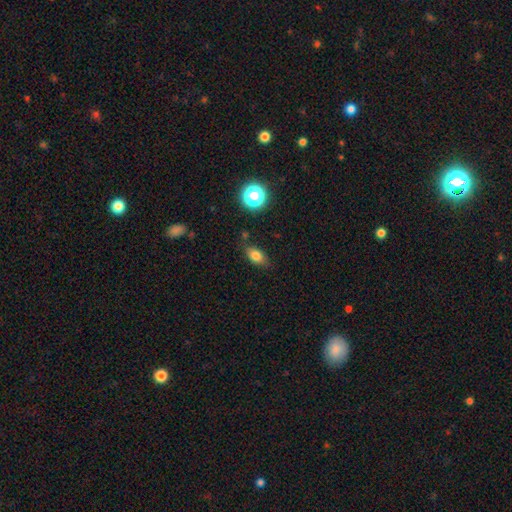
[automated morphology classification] A smooth galaxy with no disk features (79%) that is in between round and cigar-shaped (82%). Merging: none (77%).